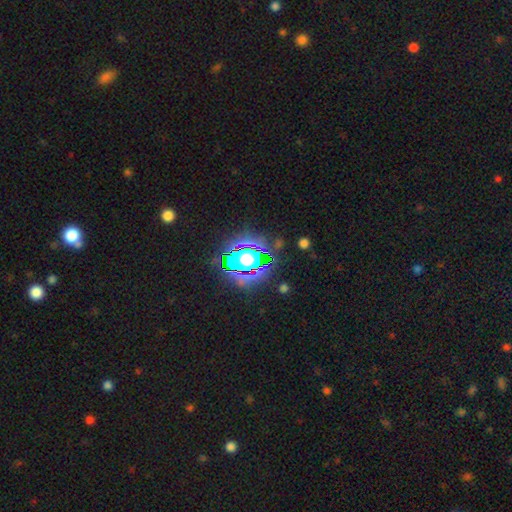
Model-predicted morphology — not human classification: type=star or artifact (76%).